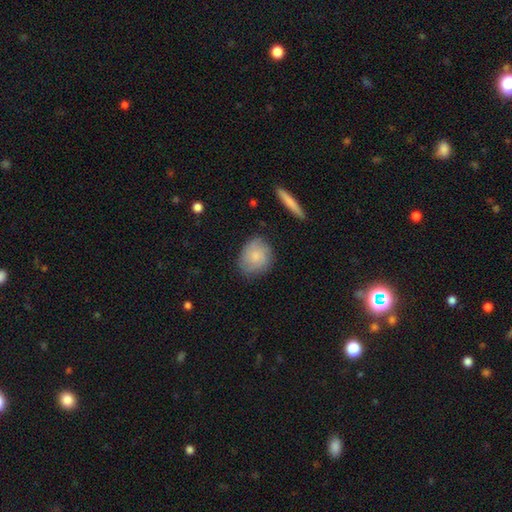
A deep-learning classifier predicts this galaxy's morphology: smooth 72%, featured or disk 21%, star or artifact 7%. Down the decision tree: how rounded — round (66%); merging — none (77%).